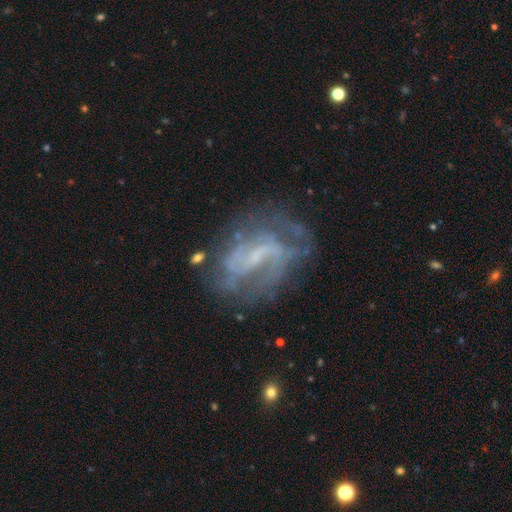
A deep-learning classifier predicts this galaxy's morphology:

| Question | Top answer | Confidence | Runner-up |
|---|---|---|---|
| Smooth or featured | featured or disk | 79% | smooth (12%) |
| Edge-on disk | no | 96% | yes (4%) |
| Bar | weak | 47% | strong (27%) |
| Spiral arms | yes | 76% | no (24%) |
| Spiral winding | medium | 41% | tight (30%) |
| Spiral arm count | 2 | 40% | can't tell (36%) |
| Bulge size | small | 48% | none (33%) |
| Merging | none | 56% | minor disturbance (20%) |